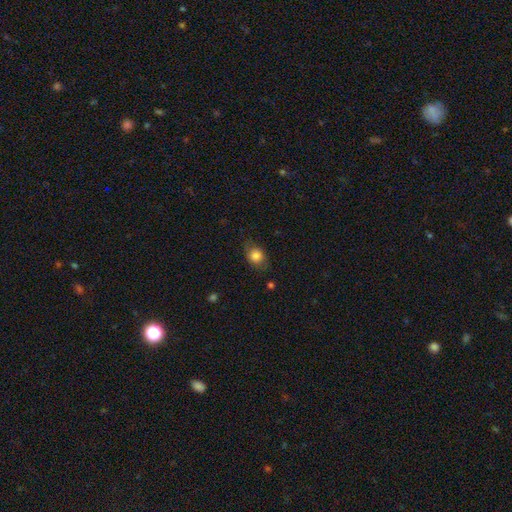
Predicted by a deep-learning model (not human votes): smooth_or_featured: smooth (p=0.81) [alt: star or artifact p=0.09]
how_rounded: round (p=0.54) [alt: in between p=0.45]
merging: none (p=0.71) [alt: minor disturbance p=0.21]